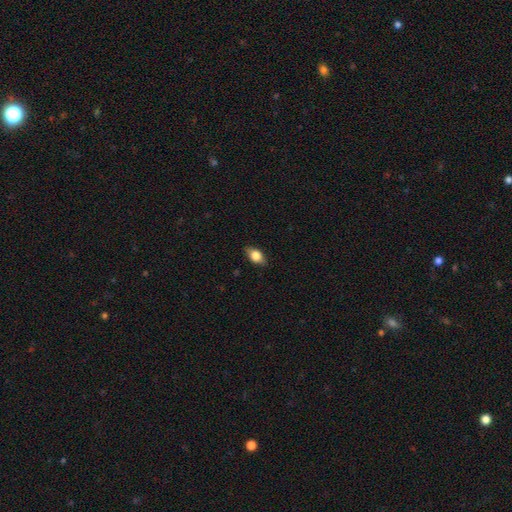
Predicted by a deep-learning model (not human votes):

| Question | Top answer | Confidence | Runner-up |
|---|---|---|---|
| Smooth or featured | smooth | 76% | featured or disk (16%) |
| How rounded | in between | 82% | round (13%) |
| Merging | none | 83% | minor disturbance (14%) |